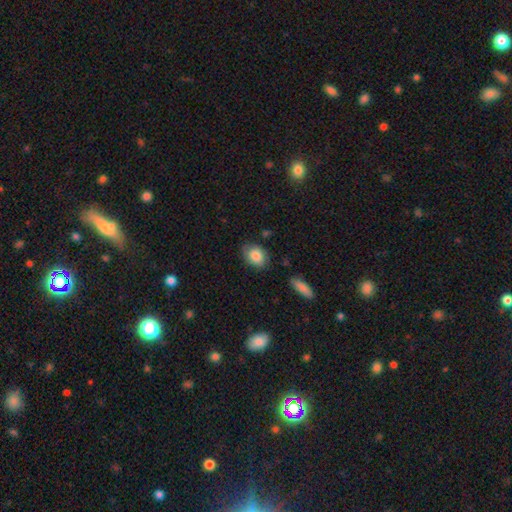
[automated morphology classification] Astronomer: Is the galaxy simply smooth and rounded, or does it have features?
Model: smooth — 84%.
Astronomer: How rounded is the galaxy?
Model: in between — 71%.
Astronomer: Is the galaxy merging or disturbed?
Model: none — 76%.